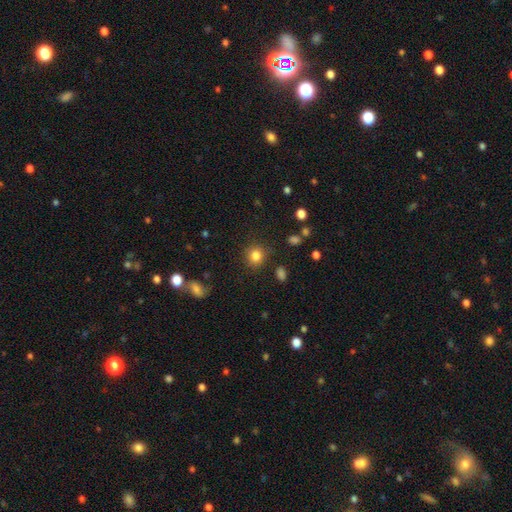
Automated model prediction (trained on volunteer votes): Q: Smooth or featured?
A: smooth (83%); runner-up: star or artifact (12%)
Q: How rounded?
A: round (85%); runner-up: in between (15%)
Q: Merging?
A: none (86%); runner-up: minor disturbance (9%)